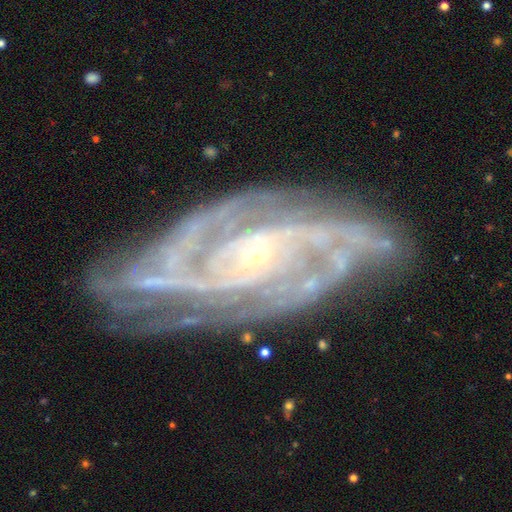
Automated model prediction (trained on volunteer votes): The model was most divided on "spiral arm count": 3: 24%, 2: 22%, 4: 20%, can't tell: 16%, more than 4: 10%, 1: 8%. More confident: spiral arms — yes (98%); edge-on disk — no (95%); smooth or featured — featured or disk (91%); bulge size — small (81%); merging — none (77%); spiral winding — tight (59%); bar — no (56%).